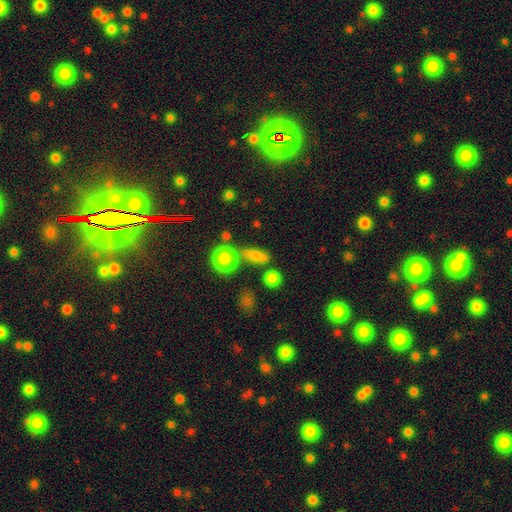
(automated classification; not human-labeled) The model was most divided on "how rounded": in between: 54%, round: 25%, cigar-shaped: 21%. More confident: smooth or featured — smooth (78%); merging — none (68%).